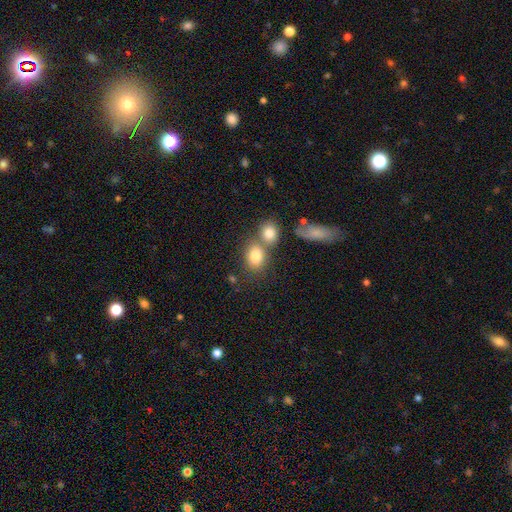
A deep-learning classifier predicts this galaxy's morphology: Smooth or featured?
  - smooth: 79% *
  - featured or disk: 10%
  - star or artifact: 10%
How rounded?
  - in between: 54% *
  - round: 44%
  - cigar-shaped: 2%
Merging?
  - none: 47% *
  - merger: 37%
  - minor disturbance: 10%
  - major disturbance: 5%